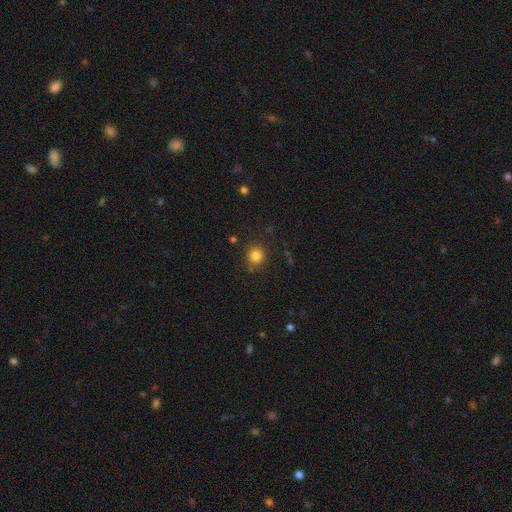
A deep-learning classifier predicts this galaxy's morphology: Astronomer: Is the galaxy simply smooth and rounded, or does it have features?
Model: smooth — 83%.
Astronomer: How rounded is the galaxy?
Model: round — 92%.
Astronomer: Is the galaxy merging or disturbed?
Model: none — 86%.